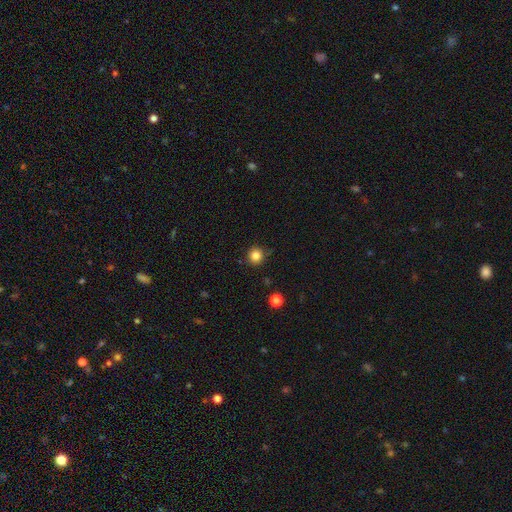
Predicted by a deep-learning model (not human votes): Smooth or featured? smooth (83%)
How rounded? round (94%)
Merging? none (85%)